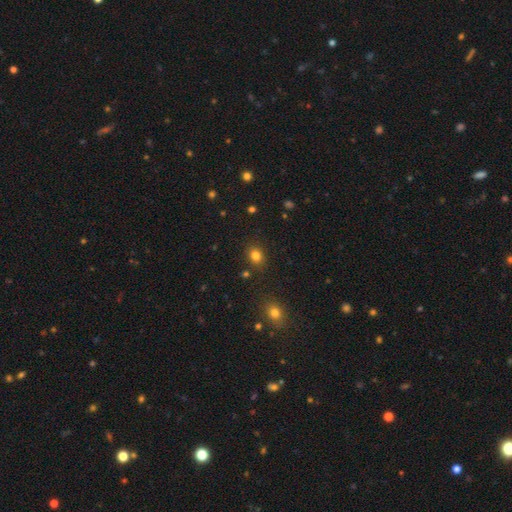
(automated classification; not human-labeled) smooth-or-featured: smooth: 81% | star or artifact: 13% | featured or disk: 6%
  how-rounded: round: 56% | in between: 44% | cigar-shaped: 1%
  merging: none: 85% | minor disturbance: 9% | merger: 3% | major disturbance: 3%